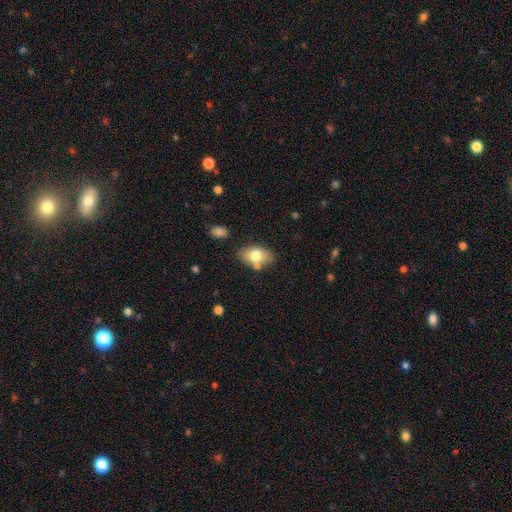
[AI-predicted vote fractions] Q: Smooth or featured?
A: smooth (74%); runner-up: featured or disk (19%)
Q: How rounded?
A: in between (88%); runner-up: round (10%)
Q: Merging?
A: none (71%); runner-up: minor disturbance (15%)